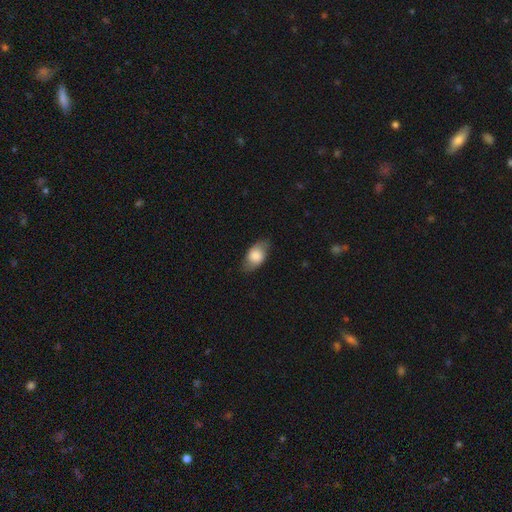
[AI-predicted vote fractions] smooth-or-featured: smooth: 75% | featured or disk: 18% | star or artifact: 7%
  how-rounded: in between: 88% | round: 9% | cigar-shaped: 3%
  merging: none: 78% | minor disturbance: 16% | major disturbance: 5% | merger: 1%